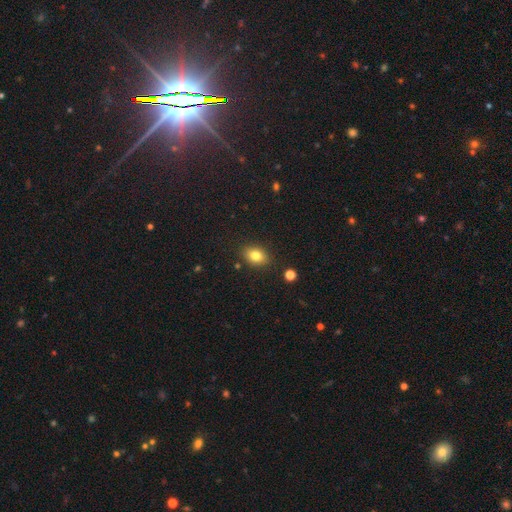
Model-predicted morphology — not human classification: smooth_or_featured: smooth (p=0.81) [alt: star or artifact p=0.11]
how_rounded: in between (p=0.70) [alt: round p=0.29]
merging: none (p=0.86) [alt: minor disturbance p=0.09]